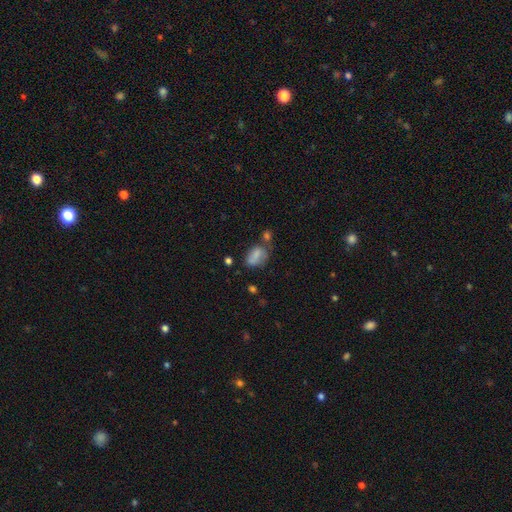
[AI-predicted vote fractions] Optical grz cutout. It shows a smooth galaxy with no disk features (71%) that is in between round and cigar-shaped (81%). Merging: none (39%).